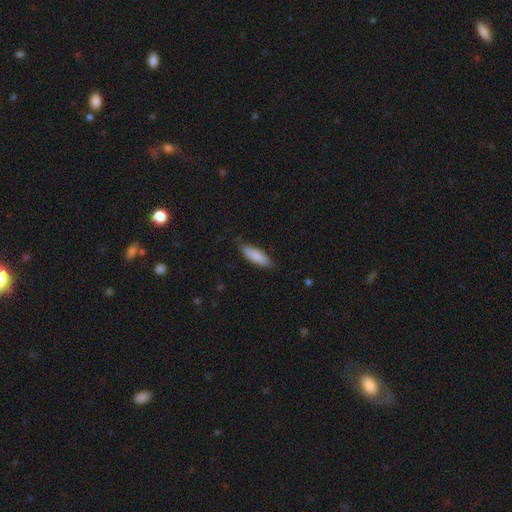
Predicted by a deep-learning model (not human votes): This appears to be a smooth galaxy with no disk features (85%) that is in between round and cigar-shaped (51%). Merging: none (76%).